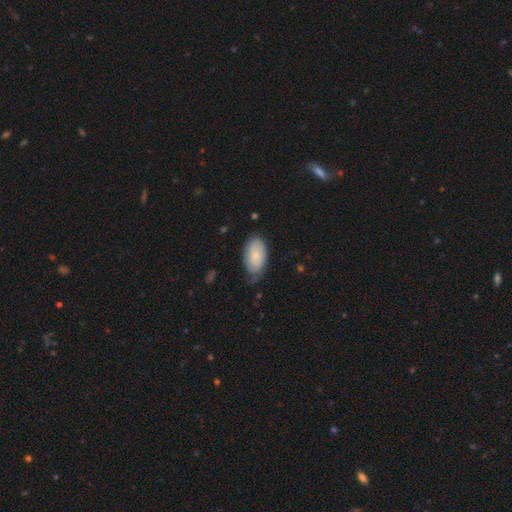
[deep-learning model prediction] The model was most divided on "smooth or featured": smooth: 58%, featured or disk: 36%, star or artifact: 6%. More confident: how rounded — in between (94%); merging — none (56%).